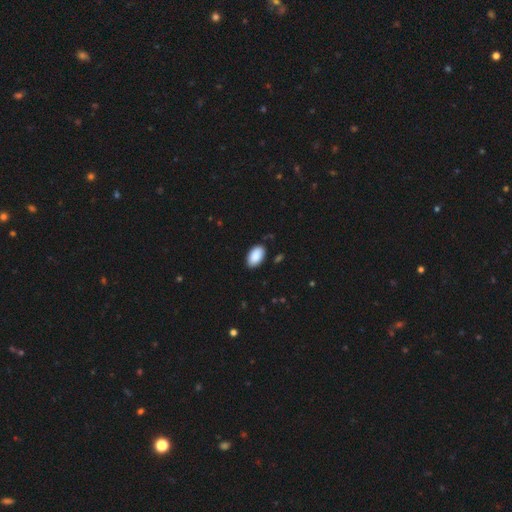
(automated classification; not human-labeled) A smooth galaxy with no disk features (91%) that is in between round and cigar-shaped (95%).

Vote fractions:
- Smooth or featured? smooth: 91% / star or artifact: 6% / featured or disk: 3%
- How rounded? in between: 95% / round: 3% / cigar-shaped: 1%
- Merging? none: 87% / minor disturbance: 10% / major disturbance: 2% / merger: 1%